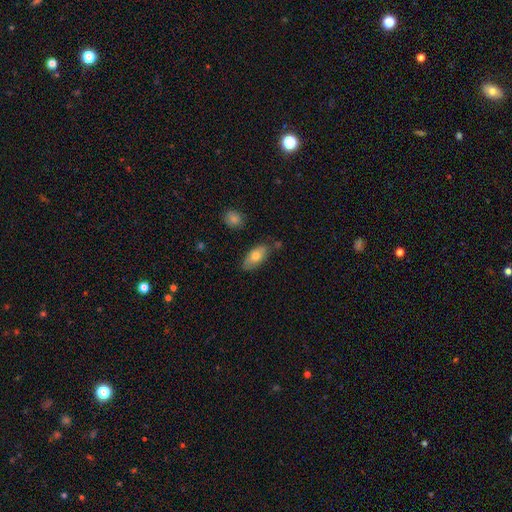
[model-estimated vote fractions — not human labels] This appears to be a smooth galaxy with no disk features (73%) that is in between round and cigar-shaped (90%). Merging: none (75%).